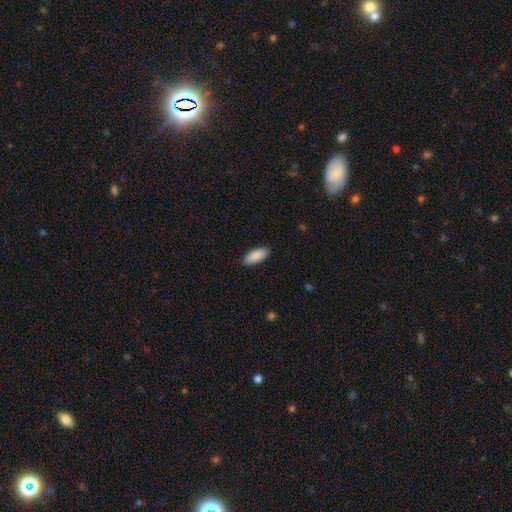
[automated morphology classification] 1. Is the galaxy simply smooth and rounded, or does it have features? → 90% smooth, 6% star or artifact, 5% featured or disk.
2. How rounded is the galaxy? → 85% in between, 13% cigar-shaped, 2% round.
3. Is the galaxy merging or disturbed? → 89% none, 8% minor disturbance, 2% major disturbance, 1% merger.